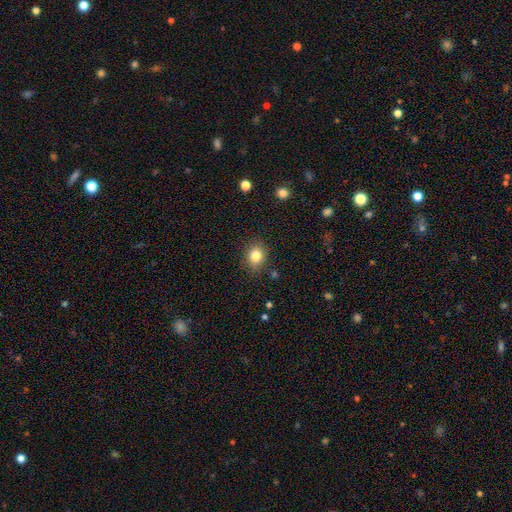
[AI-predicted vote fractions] smooth 82%, star or artifact 11%, featured or disk 7%. Down the decision tree: how rounded — round (64%); merging — none (85%).